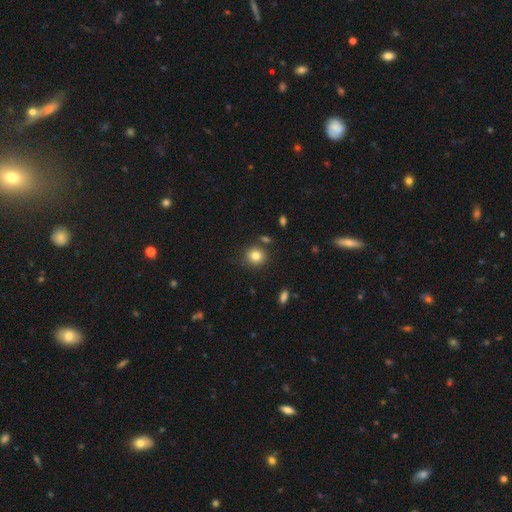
Volunteers were most divided on "how rounded": round: 89%, in between: 11%, cigar-shaped: 0%. More confident: merging — none (100%); smooth or featured — smooth (90%).